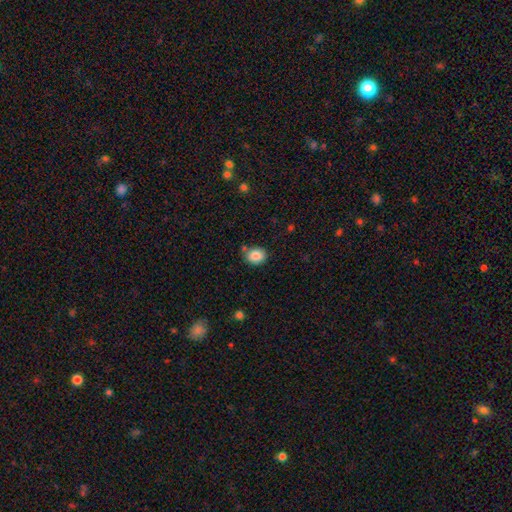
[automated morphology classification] Q: Smooth or featured?
A: smooth (86%); runner-up: star or artifact (9%)
Q: How rounded?
A: round (61%); runner-up: in between (38%)
Q: Merging?
A: none (76%); runner-up: minor disturbance (13%)